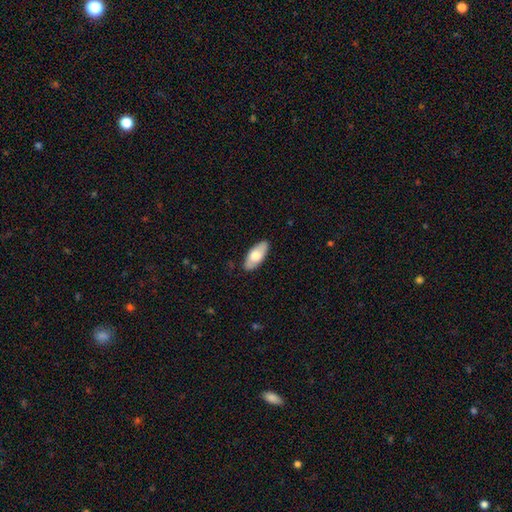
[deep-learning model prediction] This appears to be a smooth galaxy with no disk features (68%) that is in between round and cigar-shaped (89%). Merging: none (86%).